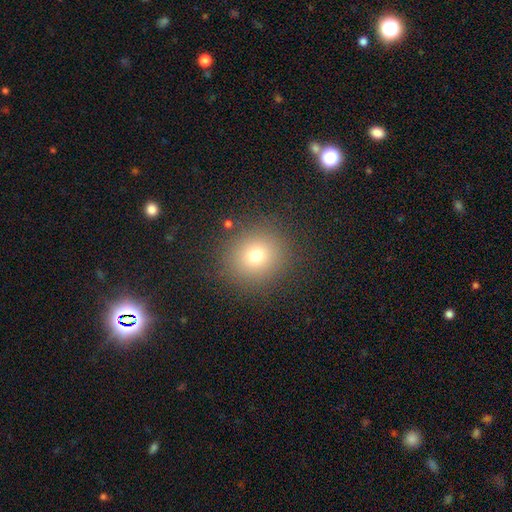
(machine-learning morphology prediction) Smooth or featured?
  - smooth: 72% *
  - star or artifact: 18%
  - featured or disk: 10%
How rounded?
  - round: 91% *
  - in between: 8%
  - cigar-shaped: 1%
Merging?
  - none: 88% *
  - minor disturbance: 7%
  - major disturbance: 4%
  - merger: 1%